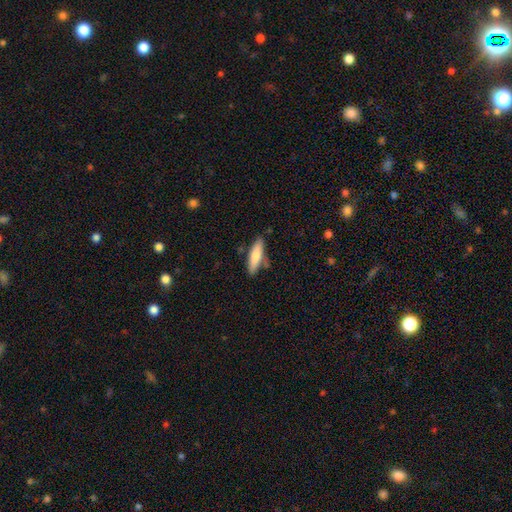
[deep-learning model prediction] Morphology: type=smooth (77%); roundness=cigar-shaped (66%); merging=none (77%).